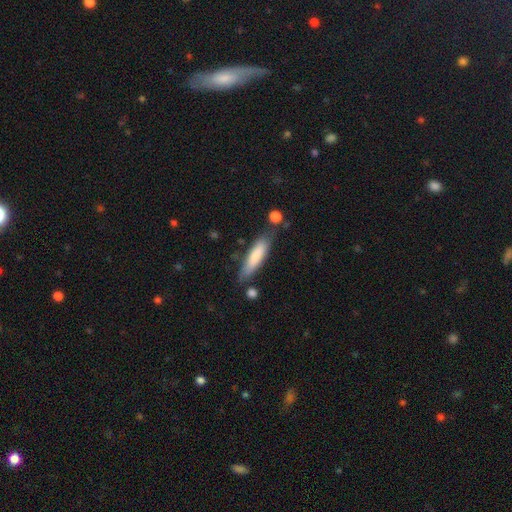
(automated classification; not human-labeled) smooth_or_featured: smooth (p=0.76) [alt: featured or disk p=0.18]
how_rounded: cigar-shaped (p=0.71) [alt: in between p=0.28]
merging: none (p=0.69) [alt: minor disturbance p=0.20]